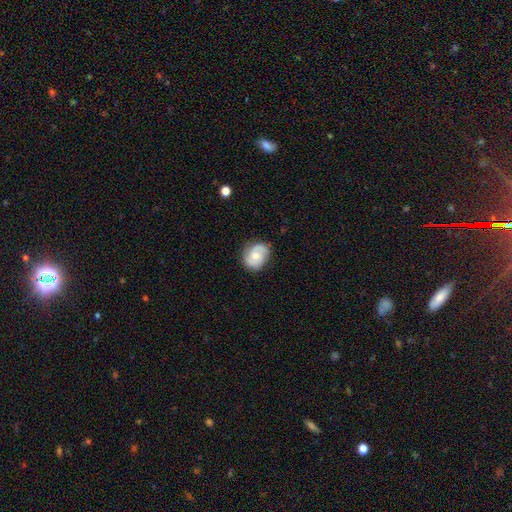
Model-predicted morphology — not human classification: featured or disk 49%, smooth 44%, star or artifact 7%. Down the decision tree: merging — none (72%).